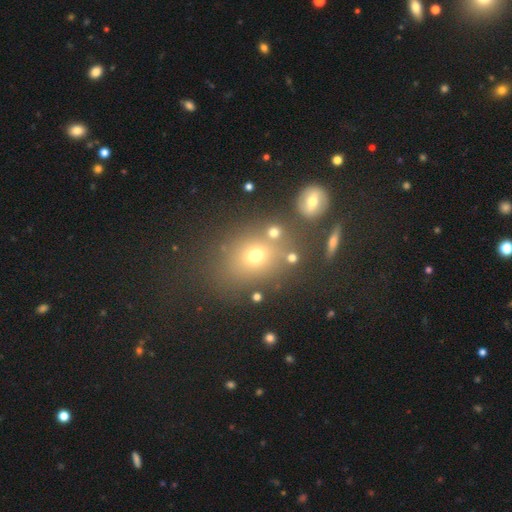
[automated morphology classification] smooth 60%, star or artifact 27%, featured or disk 14%. Down the decision tree: how rounded — round (56%); merging — none (70%).